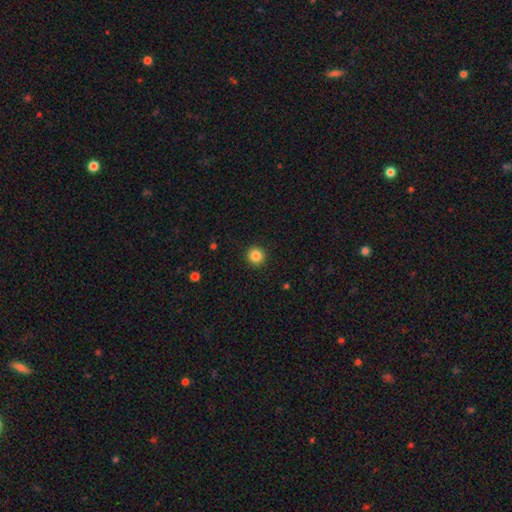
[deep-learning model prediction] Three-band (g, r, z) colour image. It shows a smooth galaxy with no disk features (85%) that is round (95%). Merging: none (92%).